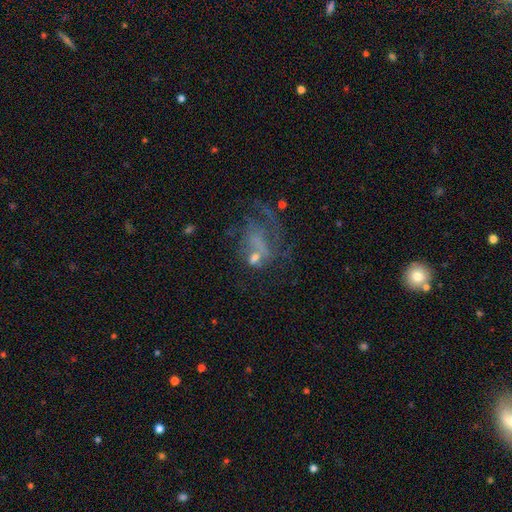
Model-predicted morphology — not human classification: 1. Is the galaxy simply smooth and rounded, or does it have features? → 52% featured or disk, 26% smooth, 23% star or artifact.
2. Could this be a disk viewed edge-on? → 97% no, 3% yes.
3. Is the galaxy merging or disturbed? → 44% major disturbance, 29% none, 15% minor disturbance, 12% merger.